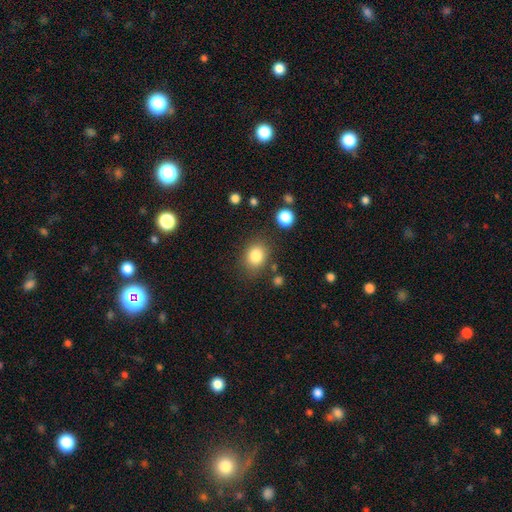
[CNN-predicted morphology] The model was most divided on "how rounded": round: 53%, in between: 46%, cigar-shaped: 1%. More confident: smooth or featured — smooth (84%); merging — none (78%).